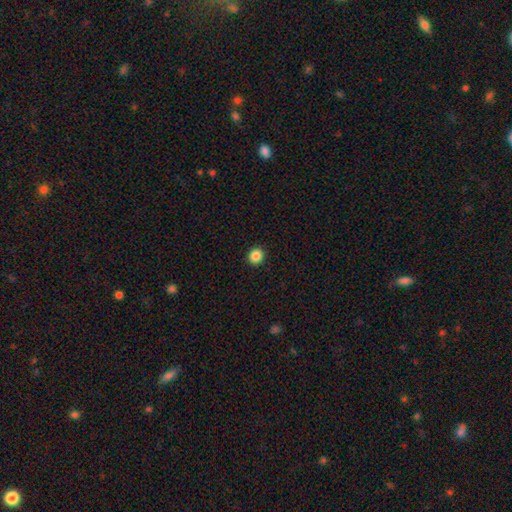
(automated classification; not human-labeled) A smooth galaxy with no disk features (86%) that is round (87%). Merging: none (93%).